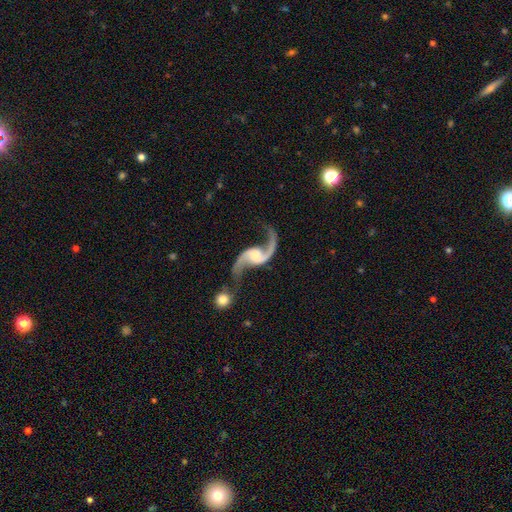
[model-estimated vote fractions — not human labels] A featured or disk galaxy (92%) with no bar (52%), 2 (94%) loose (87%) spiral arms (98%) and a small central bulge (31%). Merging: none (59%).